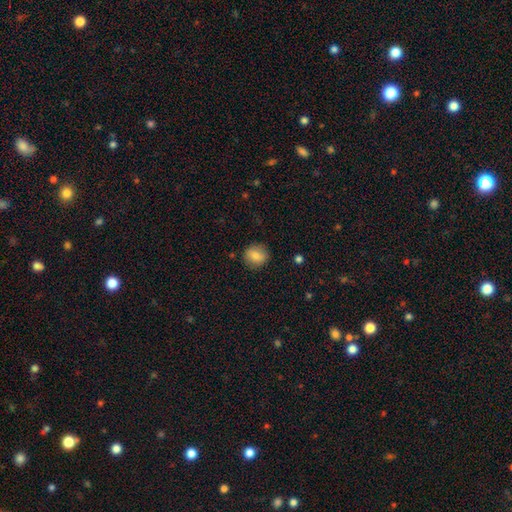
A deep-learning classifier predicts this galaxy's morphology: smooth_or_featured: smooth (p=0.82) [alt: featured or disk p=0.10]
how_rounded: round (p=0.84) [alt: in between p=0.15]
merging: none (p=0.88) [alt: minor disturbance p=0.09]